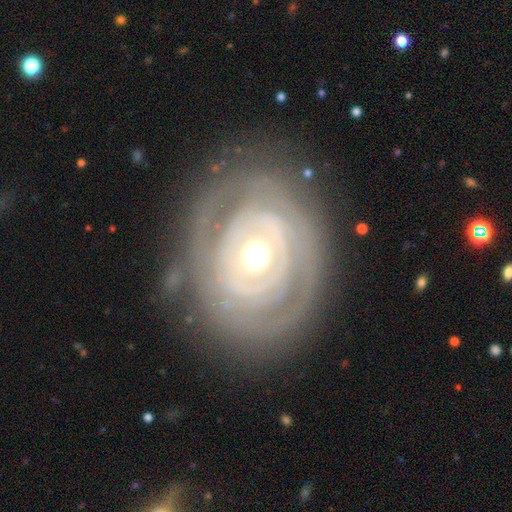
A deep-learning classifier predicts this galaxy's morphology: A featured or disk galaxy (80%) with no bar (77%), spiral arms (56%) and a moderate central bulge (70%).

Vote fractions:
- Smooth or featured? featured or disk: 80% / smooth: 16% / star or artifact: 5%
- Edge-on disk? no: 95% / yes: 5%
- Bar? no: 77% / weak: 15% / strong: 8%
- Spiral arms? yes: 56% / no: 44%
- Bulge size? moderate: 70% / small: 15% / large: 13% / dominant: 1% / none: 1%
- Merging? none: 79% / minor disturbance: 13% / major disturbance: 7% / merger: 1%